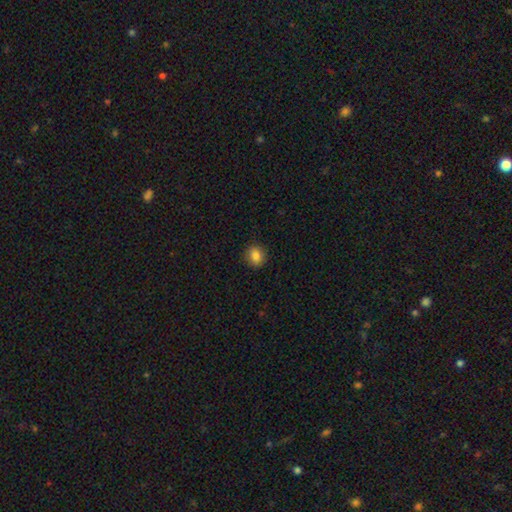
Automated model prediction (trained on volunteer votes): Smooth or featured: smooth — 85% (star or artifact — 10%)
How rounded: round — 70% (in between — 29%)
Merging: none — 89% (minor disturbance — 8%)